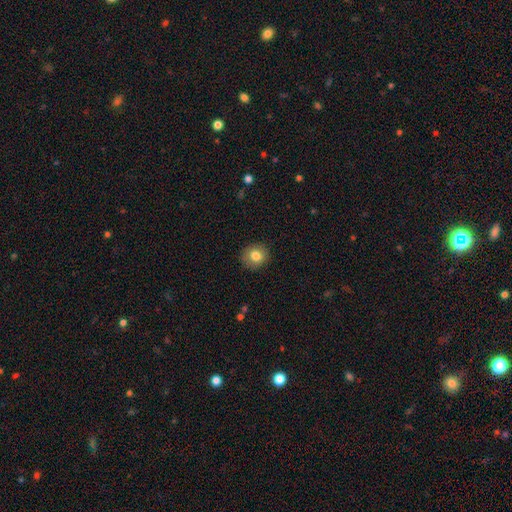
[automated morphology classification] Q: Smooth or featured?
A: smooth (81%); runner-up: featured or disk (10%)
Q: How rounded?
A: round (83%); runner-up: in between (16%)
Q: Merging?
A: none (88%); runner-up: minor disturbance (8%)